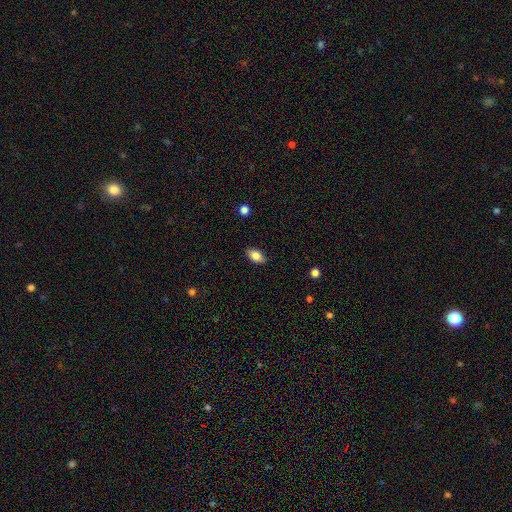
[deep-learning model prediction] Q: Smooth or featured?
A: smooth (83%); runner-up: featured or disk (9%)
Q: How rounded?
A: in between (91%); runner-up: round (6%)
Q: Merging?
A: none (85%); runner-up: minor disturbance (12%)